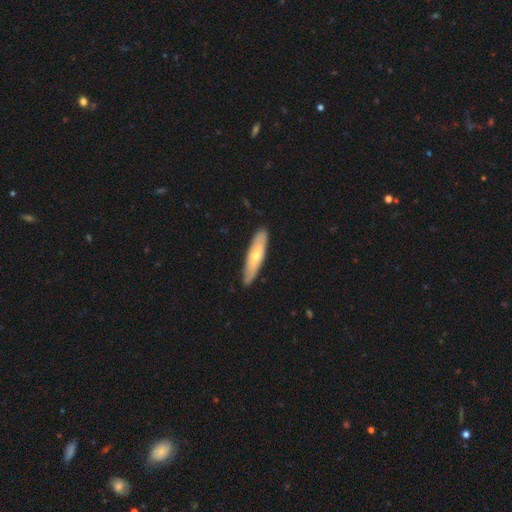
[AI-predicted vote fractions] A smooth galaxy with no disk features (55%) that is cigar-shaped (73%). Merging: none (87%).